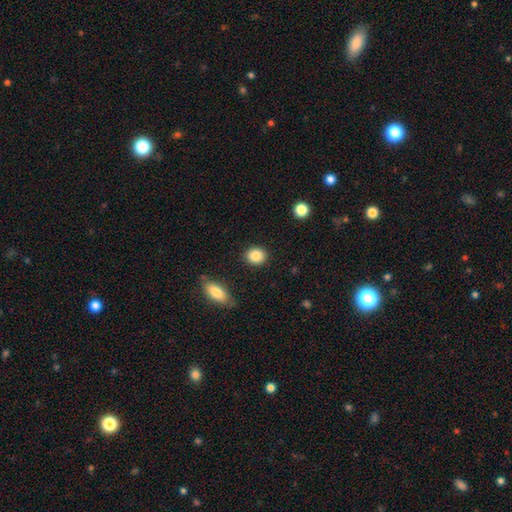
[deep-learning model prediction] smooth-or-featured: smooth: 88% | star or artifact: 8% | featured or disk: 4%
  how-rounded: round: 73% | in between: 26% | cigar-shaped: 1%
  merging: none: 88% | minor disturbance: 7% | major disturbance: 2% | merger: 2%